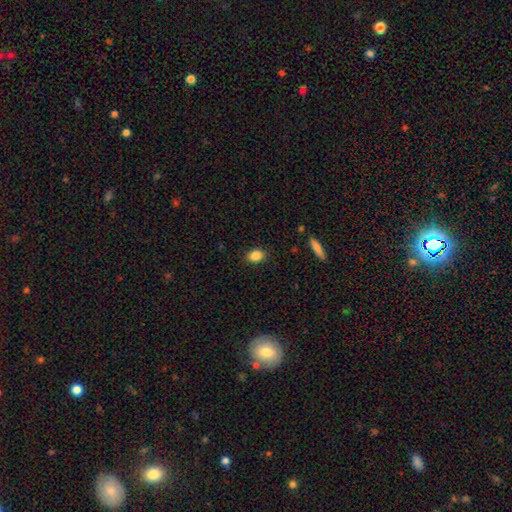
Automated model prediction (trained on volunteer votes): Smooth or featured? Predicted: smooth (p=0.86). How rounded? Predicted: in between (p=0.71). Merging? Predicted: none (p=0.85).